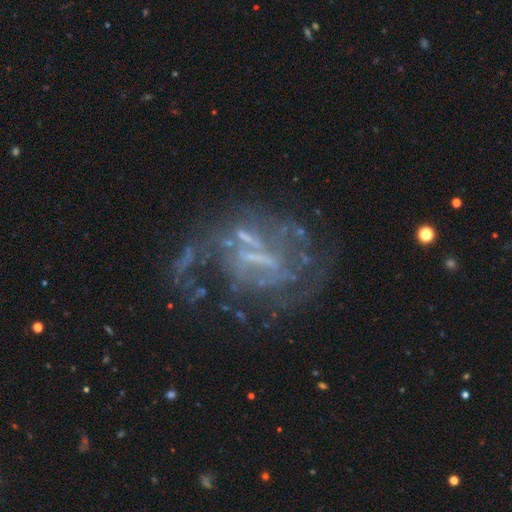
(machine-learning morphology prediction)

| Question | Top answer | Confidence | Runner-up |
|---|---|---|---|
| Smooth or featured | featured or disk | 74% | star or artifact (15%) |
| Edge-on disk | no | 94% | yes (6%) |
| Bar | strong | 37% | weak (32%) |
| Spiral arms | no | 50% | tied: yes (50%) |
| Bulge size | none | 53% | small (26%) |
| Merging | none | 41% | major disturbance (36%) |